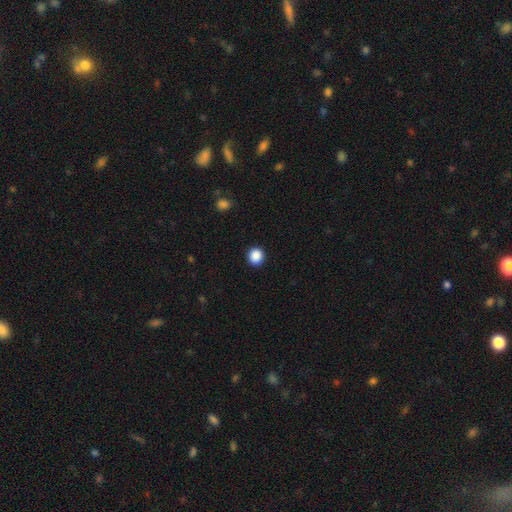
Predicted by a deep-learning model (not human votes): This appears to be a smooth galaxy with no disk features (88%) that is round (87%). Merging: none (92%).